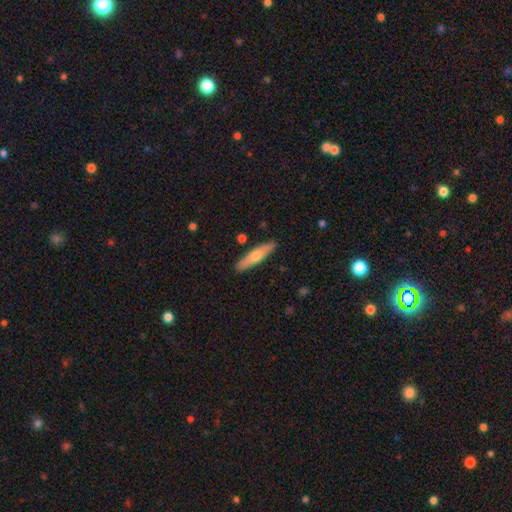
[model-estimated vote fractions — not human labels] This is possibly a smooth galaxy (57%). How rounded: likely cigar-shaped (79%). Merging: clearly none (89%).